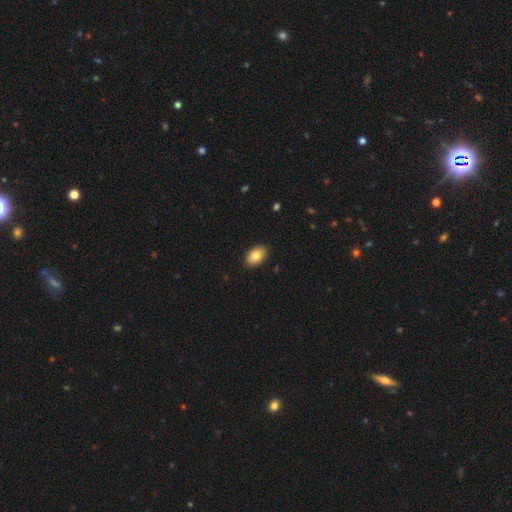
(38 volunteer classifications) Smooth or featured? 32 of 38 (84%) said smooth. How rounded? 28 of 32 (88%) said in between. Merging? 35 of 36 (97%) said none.